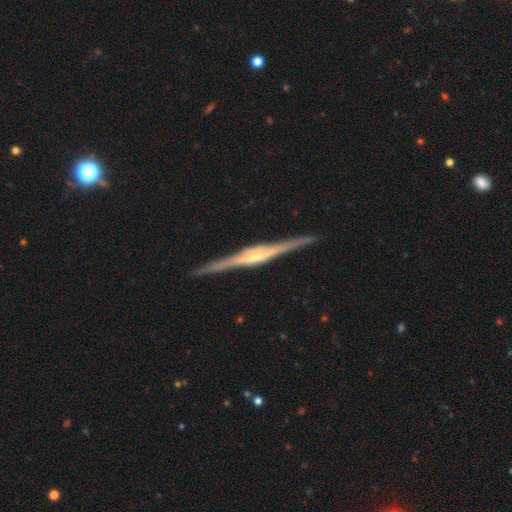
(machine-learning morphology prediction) featured or disk 87%, smooth 8%, star or artifact 5%. Down the decision tree: edge-on disk — yes (98%); edge-on bulge — rounded (73%); merging — none (89%).